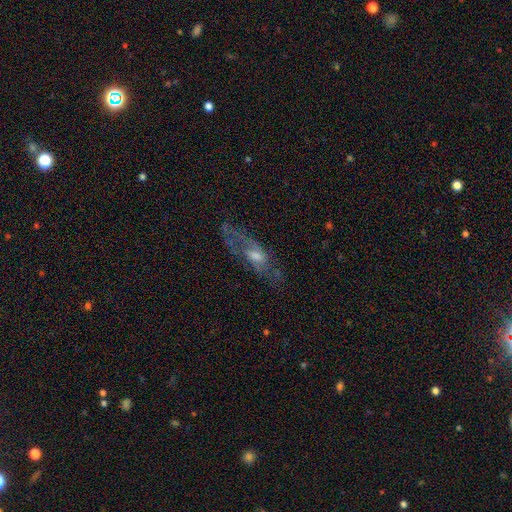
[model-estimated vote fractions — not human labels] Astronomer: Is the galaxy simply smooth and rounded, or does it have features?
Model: featured or disk — 67%.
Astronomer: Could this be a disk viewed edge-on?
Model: no — 71%.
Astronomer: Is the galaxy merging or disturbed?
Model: none — 61%.